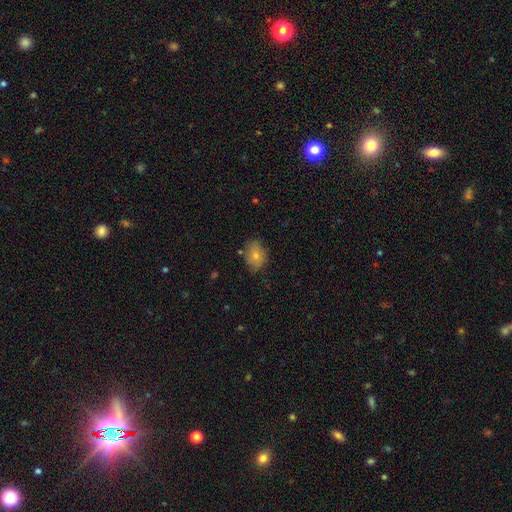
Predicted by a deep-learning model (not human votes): This appears to be a smooth galaxy with no disk features (76%) that is in between round and cigar-shaped (71%). Merging: none (69%).